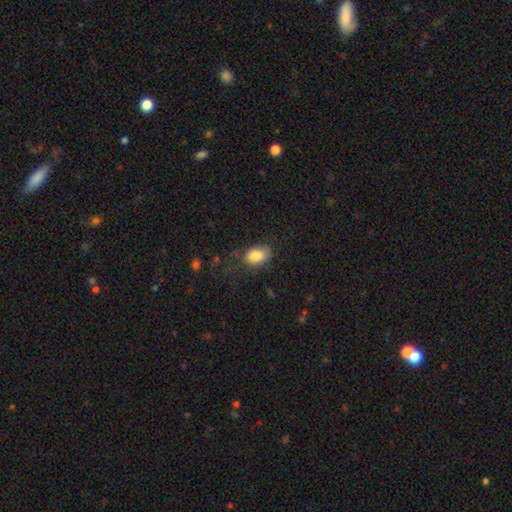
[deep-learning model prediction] This appears to be a smooth galaxy with no disk features (85%) that is in between round and cigar-shaped (86%). Merging: none (64%).